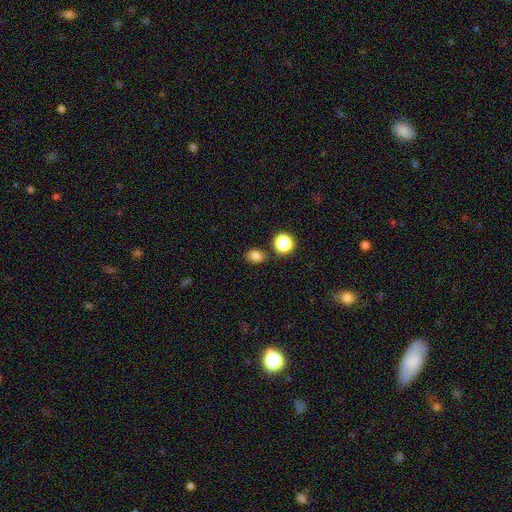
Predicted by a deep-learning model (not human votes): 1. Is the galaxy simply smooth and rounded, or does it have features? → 80% smooth, 15% star or artifact, 5% featured or disk.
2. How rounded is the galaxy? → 57% in between, 42% round, 1% cigar-shaped.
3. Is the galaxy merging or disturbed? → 82% none, 10% minor disturbance, 5% merger, 3% major disturbance.